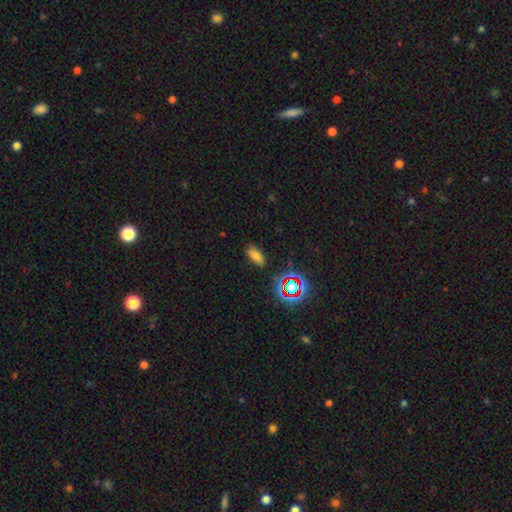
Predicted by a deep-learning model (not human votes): smooth_or_featured: smooth (p=0.69) [alt: star or artifact p=0.21]
how_rounded: in between (p=0.84) [alt: cigar-shaped p=0.11]
merging: none (p=0.82) [alt: minor disturbance p=0.13]